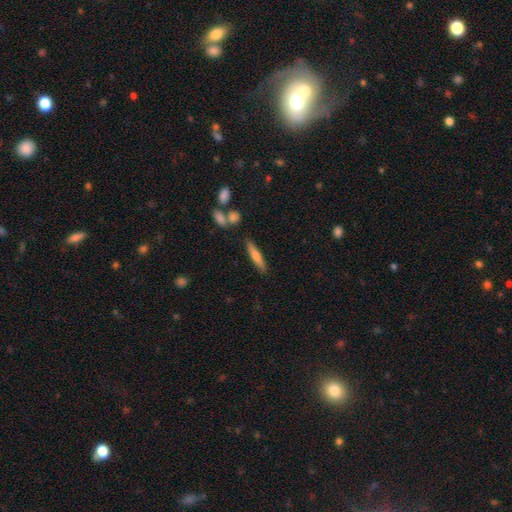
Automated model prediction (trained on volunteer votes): Overall: smooth (57%; featured or disk 36%). How rounded: cigar-shaped (86%). Merging: none (83%).